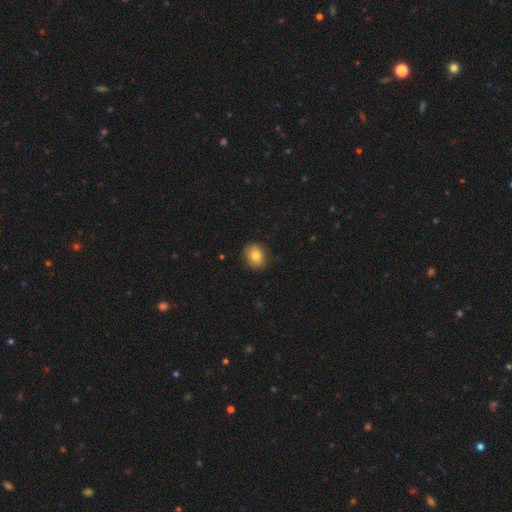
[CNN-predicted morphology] smooth-or-featured: smooth: 80% | featured or disk: 11% | star or artifact: 9%
  how-rounded: round: 52% | in between: 47% | cigar-shaped: 1%
  merging: none: 84% | minor disturbance: 12% | major disturbance: 2% | merger: 1%